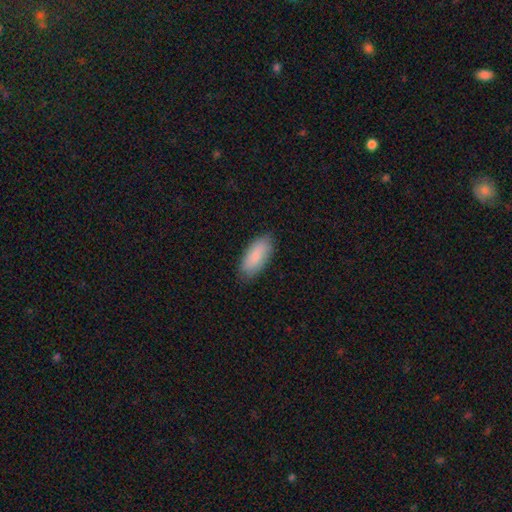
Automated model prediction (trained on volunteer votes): smooth 86%, featured or disk 9%, star or artifact 6%. Down the decision tree: how rounded — in between (84%); merging — none (85%).